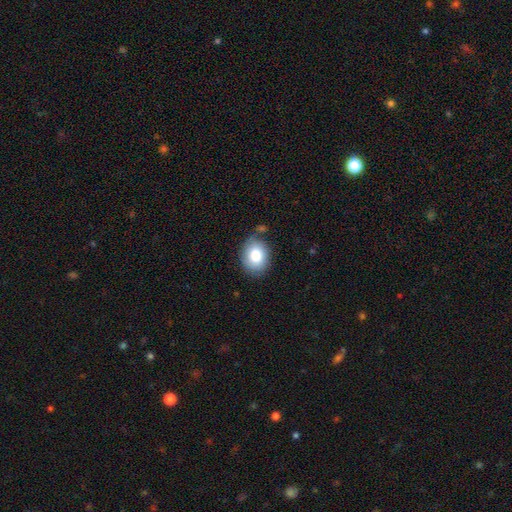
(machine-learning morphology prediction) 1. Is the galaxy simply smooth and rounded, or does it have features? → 83% smooth, 9% featured or disk, 7% star or artifact.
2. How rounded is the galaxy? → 59% in between, 40% round, 1% cigar-shaped.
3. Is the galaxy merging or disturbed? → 76% none, 17% minor disturbance, 4% major disturbance, 4% merger.